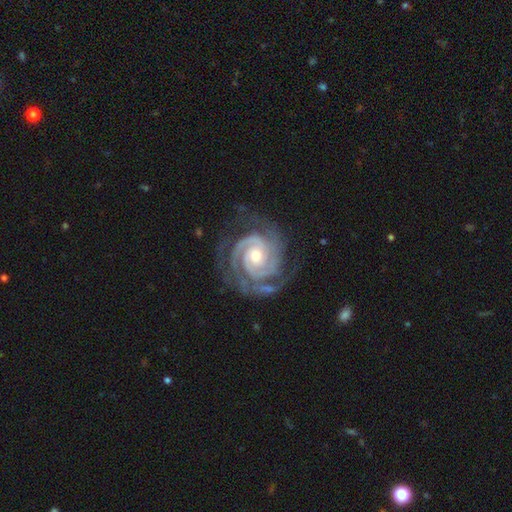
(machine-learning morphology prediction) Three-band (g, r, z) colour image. It shows a featured or disk galaxy (93%) with no bar (67%), 2 (45%) tight (79%) spiral arms (99%) and a moderate central bulge (53%). Merging: none (70%).